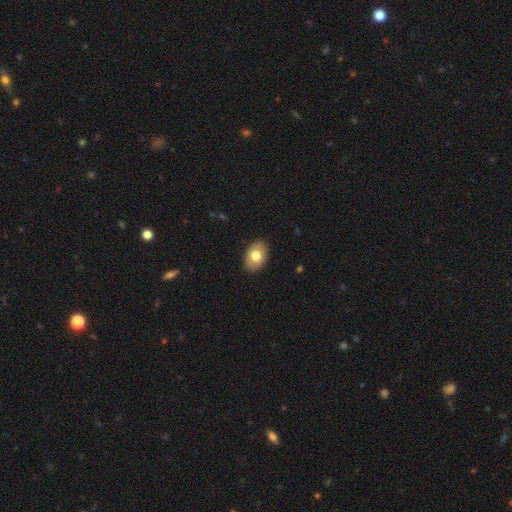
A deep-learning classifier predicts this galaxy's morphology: smooth_or_featured: smooth (p=0.76) [alt: featured or disk p=0.16]
how_rounded: in between (p=0.86) [alt: round p=0.13]
merging: none (p=0.88) [alt: minor disturbance p=0.09]